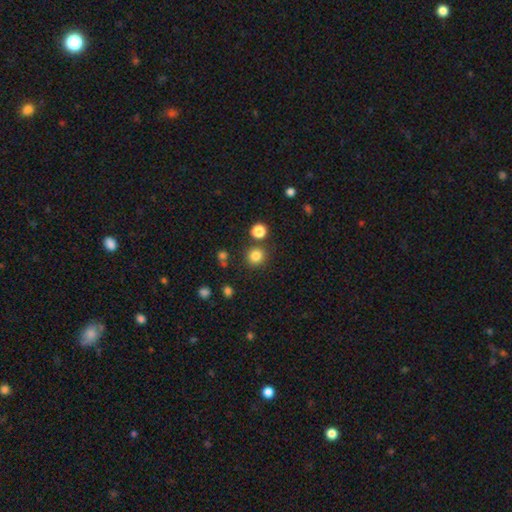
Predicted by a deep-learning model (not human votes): This is clearly a smooth galaxy (82%). How rounded: clearly round (91%). Merging: clearly none (83%).